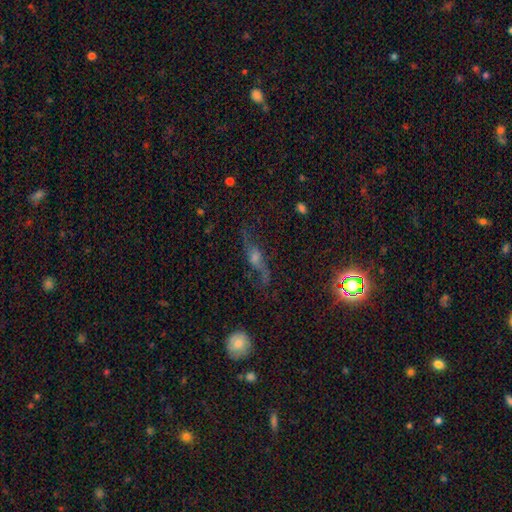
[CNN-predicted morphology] smooth-or-featured: featured or disk: 68% | star or artifact: 18% | smooth: 14%
  disk-edge-on: no: 61% | yes: 39%
  merging: none: 71% | minor disturbance: 16% | major disturbance: 11% | merger: 3%